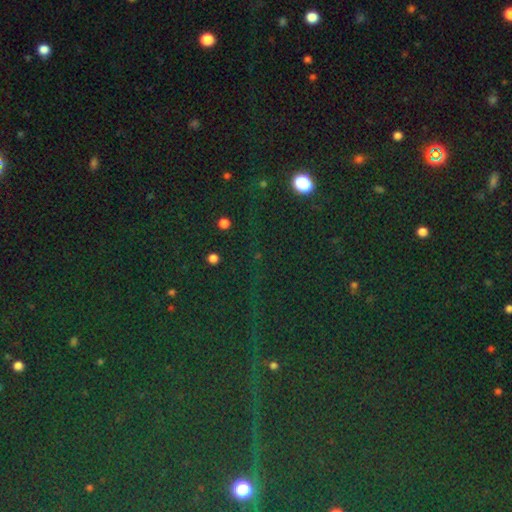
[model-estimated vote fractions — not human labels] This is clearly a star or artifact rather than a galaxy (83%).